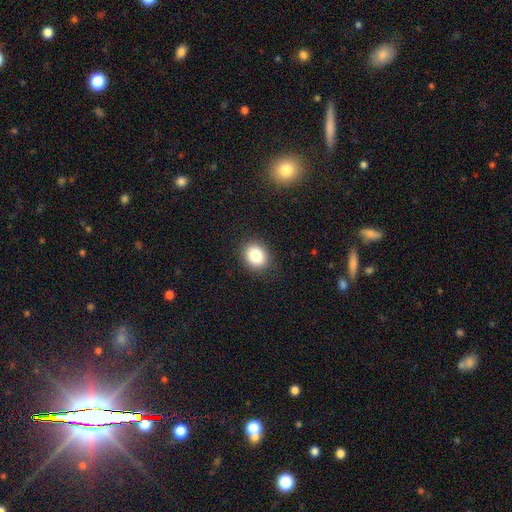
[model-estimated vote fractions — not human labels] smooth-or-featured: smooth: 84% | star or artifact: 10% | featured or disk: 6%
  how-rounded: round: 56% | in between: 44% | cigar-shaped: 1%
  merging: none: 88% | minor disturbance: 8% | major disturbance: 3% | merger: 1%